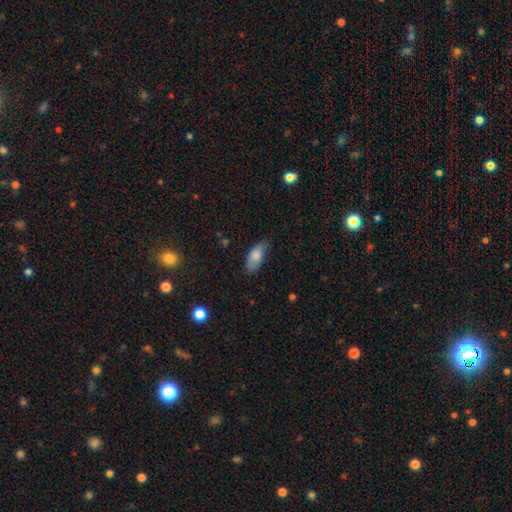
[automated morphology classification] This is clearly a smooth galaxy (84%). How rounded: clearly in between (85%). Merging: likely none (74%).